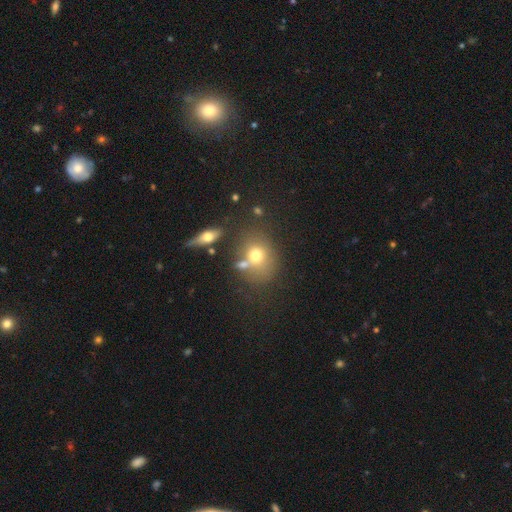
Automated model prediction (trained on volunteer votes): Smooth or featured: smooth — 69% (featured or disk — 18%)
How rounded: round — 60% (in between — 39%)
Merging: none — 55% (merger — 23%)